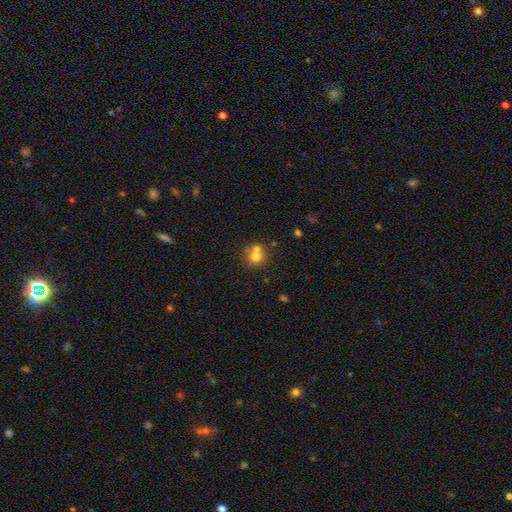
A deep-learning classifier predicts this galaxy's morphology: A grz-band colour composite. It shows a smooth galaxy with no disk features (68%) that is round (87%). Merging: none (48%).